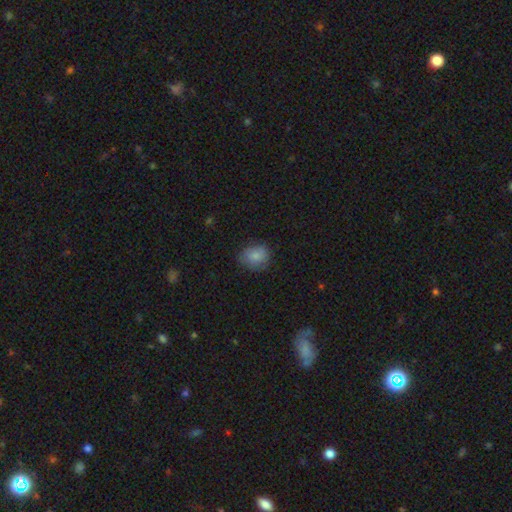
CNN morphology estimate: Smooth or featured: smooth — 83% (featured or disk — 9%)
How rounded: round — 61% (in between — 38%)
Merging: none — 75% (minor disturbance — 20%)